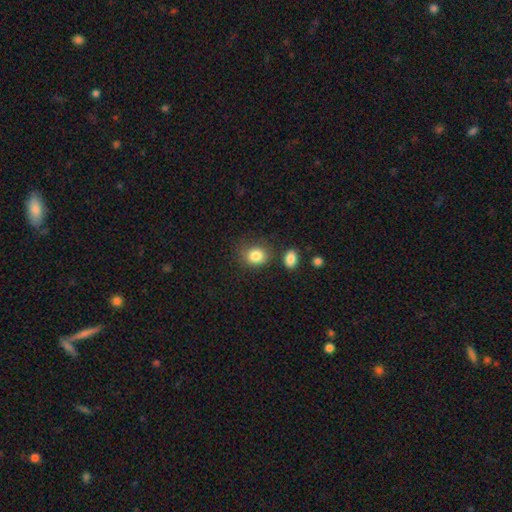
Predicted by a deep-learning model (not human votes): smooth-or-featured: smooth: 84% | star or artifact: 9% | featured or disk: 6%
  how-rounded: round: 59% | in between: 40% | cigar-shaped: 1%
  merging: none: 69% | minor disturbance: 18% | merger: 7% | major disturbance: 6%